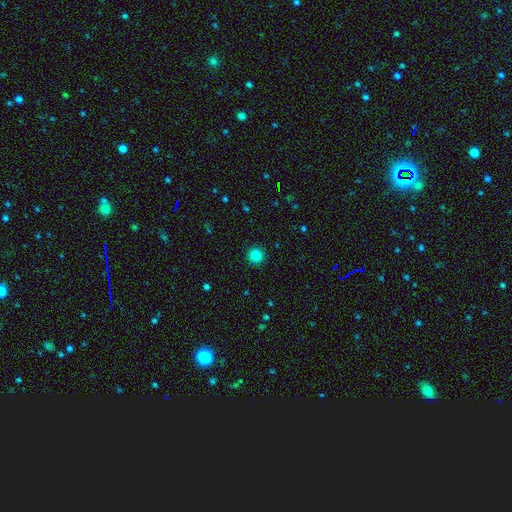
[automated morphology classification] This is clearly a smooth galaxy (84%). How rounded: clearly round (96%). Merging: clearly none (93%).